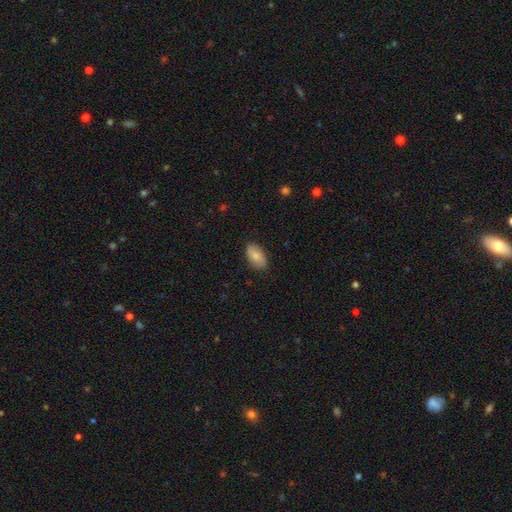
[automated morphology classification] smooth_or_featured: smooth (p=0.77) [alt: featured or disk p=0.17]
how_rounded: in between (p=0.94) [alt: round p=0.04]
merging: none (p=0.83) [alt: minor disturbance p=0.13]